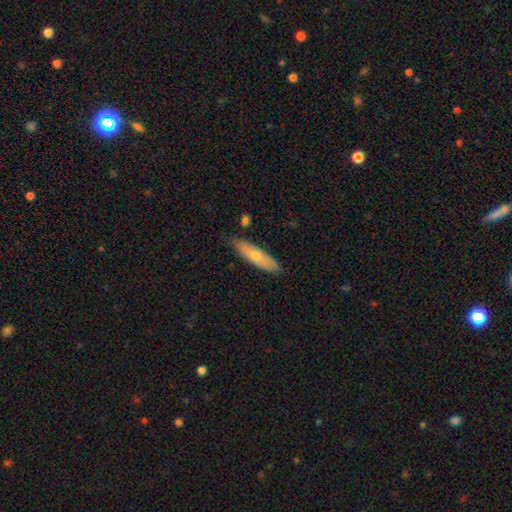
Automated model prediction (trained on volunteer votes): A smooth galaxy with no disk features (65%) that is cigar-shaped (66%). Merging: none (82%).